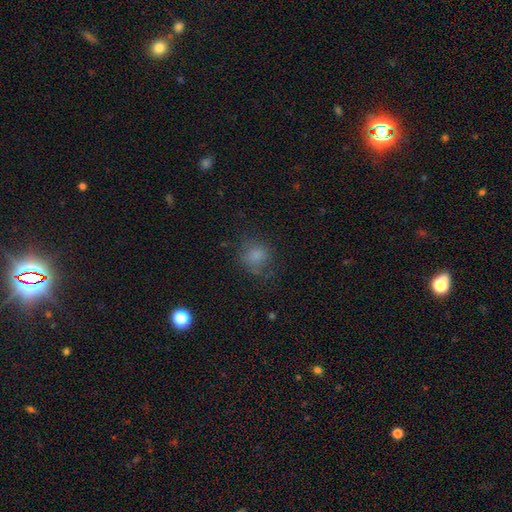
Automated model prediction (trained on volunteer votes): smooth-or-featured: smooth: 78% | star or artifact: 13% | featured or disk: 9%
  how-rounded: round: 76% | in between: 23% | cigar-shaped: 1%
  merging: none: 67% | minor disturbance: 20% | major disturbance: 11% | merger: 2%